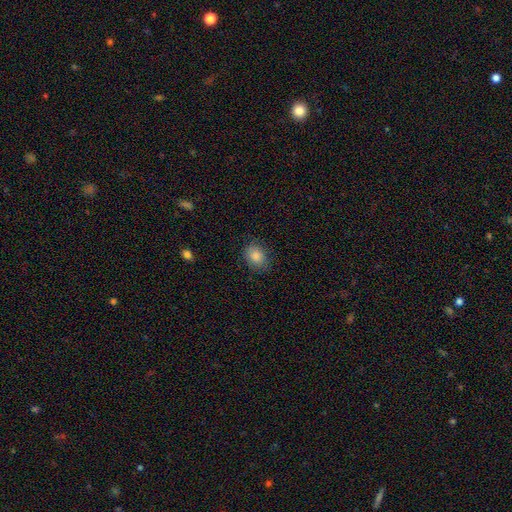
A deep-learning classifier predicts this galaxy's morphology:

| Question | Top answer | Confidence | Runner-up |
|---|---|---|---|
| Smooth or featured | smooth | 84% | star or artifact (10%) |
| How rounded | in between | 58% | round (41%) |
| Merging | none | 83% | minor disturbance (13%) |